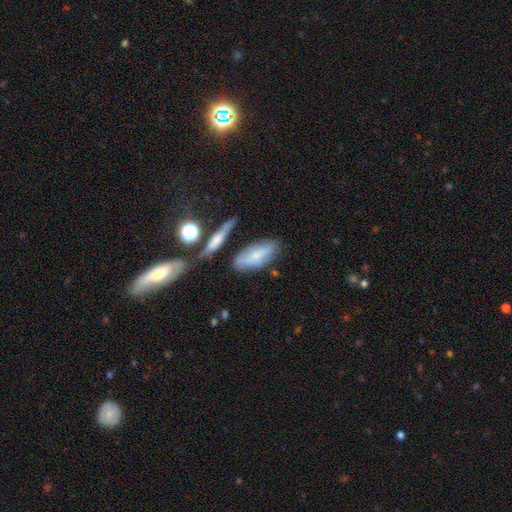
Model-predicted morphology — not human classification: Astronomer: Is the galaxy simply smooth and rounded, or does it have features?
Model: smooth — 59%.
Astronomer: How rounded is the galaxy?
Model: in between — 73%.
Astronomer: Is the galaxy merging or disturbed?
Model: none — 61%.